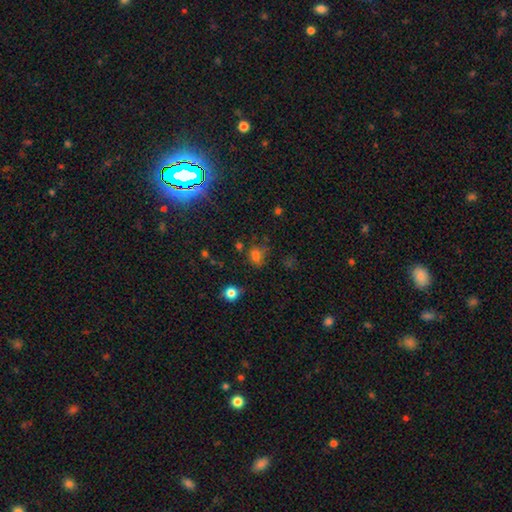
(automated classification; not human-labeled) Smooth or featured? Predicted: smooth (p=0.65). How rounded? Predicted: round (p=0.49, tied with in between). Merging? Predicted: none (p=0.60).